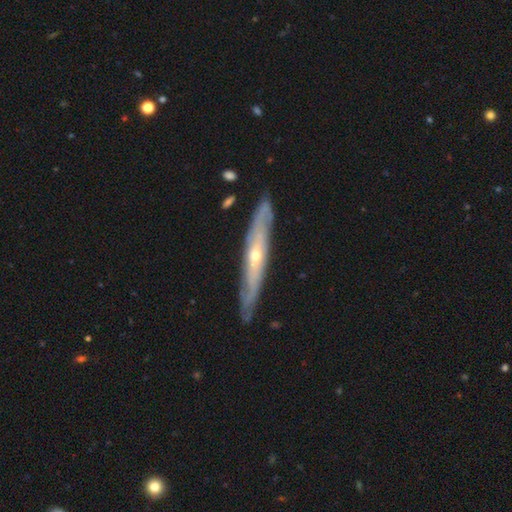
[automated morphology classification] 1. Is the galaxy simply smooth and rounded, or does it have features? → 75% featured or disk, 19% smooth, 6% star or artifact.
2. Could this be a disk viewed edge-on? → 72% yes, 28% no.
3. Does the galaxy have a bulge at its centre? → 73% rounded, 25% none, 2% boxy.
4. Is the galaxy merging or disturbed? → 84% none, 13% minor disturbance, 2% major disturbance, 1% merger.